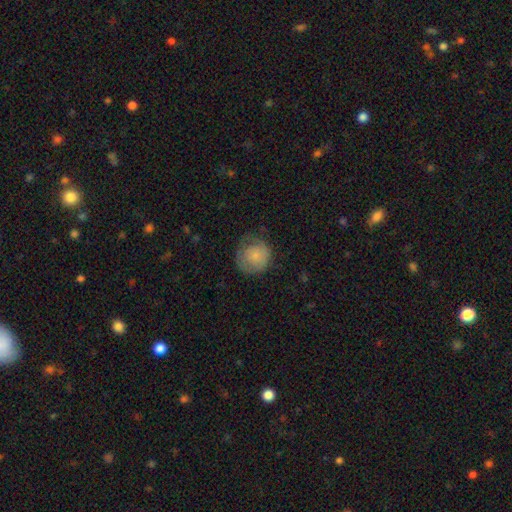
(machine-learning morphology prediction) Smooth or featured: smooth — 73% (featured or disk — 19%)
How rounded: round — 90% (in between — 9%)
Merging: none — 56% (minor disturbance — 28%)